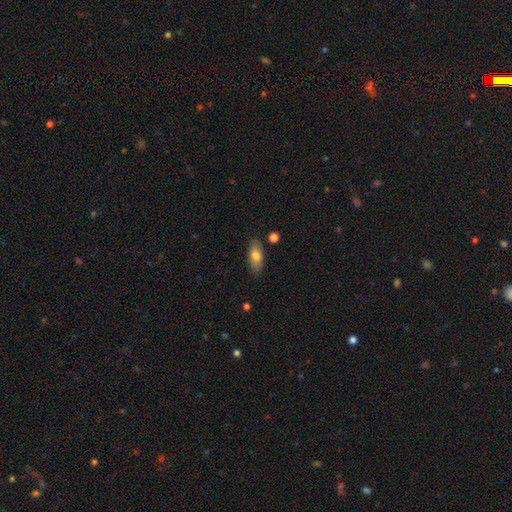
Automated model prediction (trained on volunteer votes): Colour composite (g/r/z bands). It shows a smooth galaxy with no disk features (79%) that is in between round and cigar-shaped (85%). Merging: none (84%).